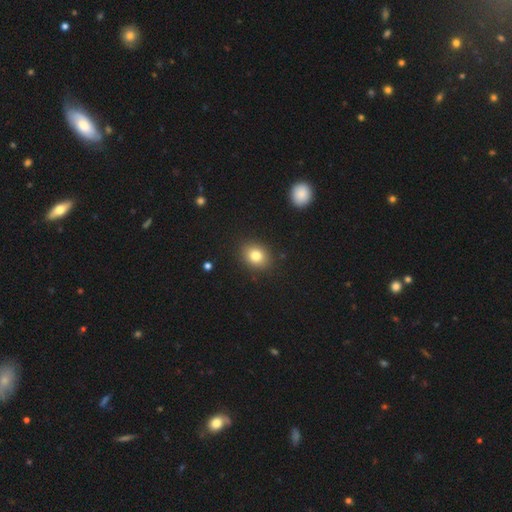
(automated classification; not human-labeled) Smooth or featured?
  - smooth: 81% *
  - star or artifact: 11%
  - featured or disk: 9%
How rounded?
  - in between: 50% *
  - round: 49%
  - cigar-shaped: 1%
Merging?
  - none: 88% *
  - minor disturbance: 8%
  - major disturbance: 2%
  - merger: 1%